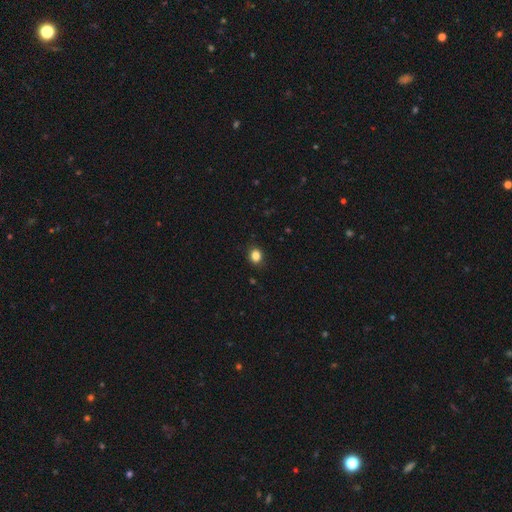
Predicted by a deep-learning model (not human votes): This is clearly a smooth galaxy (84%). How rounded: likely round (63%). Merging: clearly none (88%).